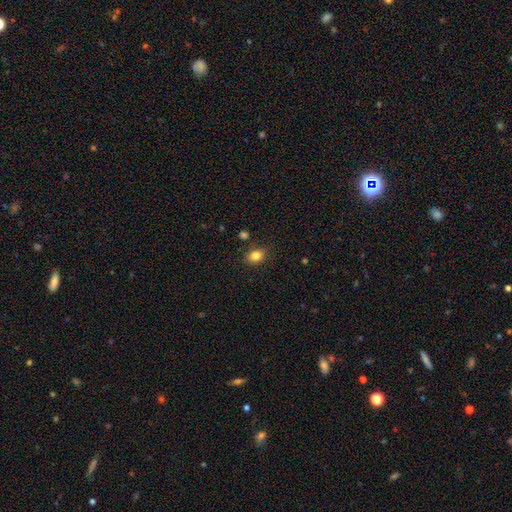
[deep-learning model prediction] smooth_or_featured: smooth (p=0.83) [alt: star or artifact p=0.11]
how_rounded: in between (p=0.60) [alt: round p=0.39]
merging: none (p=0.81) [alt: minor disturbance p=0.13]